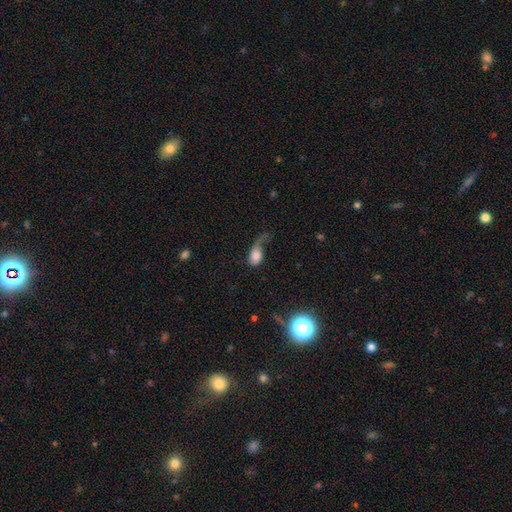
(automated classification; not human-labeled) This appears to be a smooth galaxy with no disk features (61%) that is in between round and cigar-shaped (77%). Merging: major disturbance (51%).